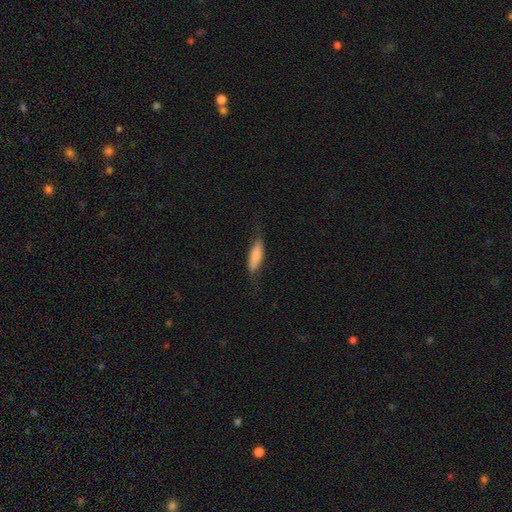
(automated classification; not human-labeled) The model was most divided on "how rounded": in between: 51%, cigar-shaped: 47%, round: 2%. More confident: smooth or featured — smooth (73%); merging — none (62%).